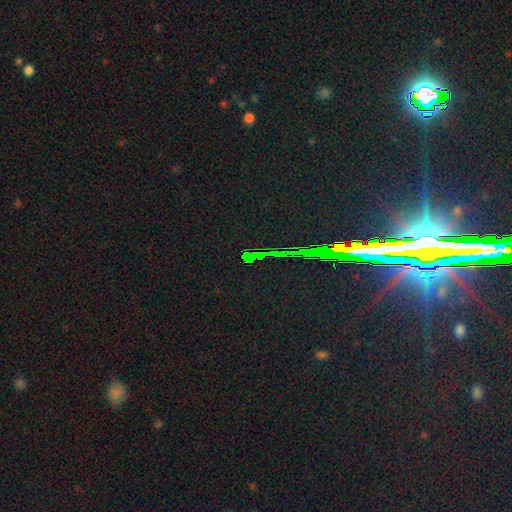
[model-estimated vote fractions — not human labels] A star or artifact, not a galaxy (82%).